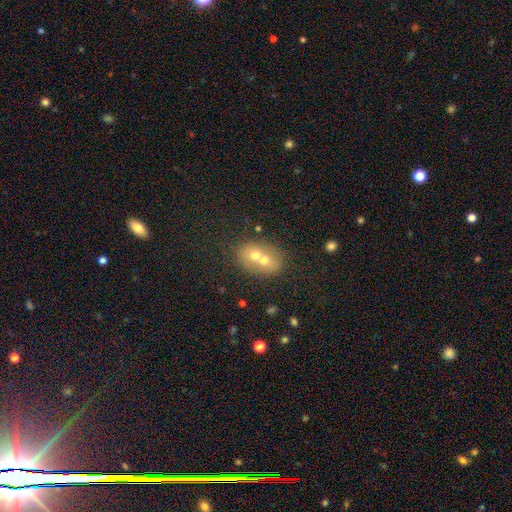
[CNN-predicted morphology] Smooth or featured: smooth — 60% (featured or disk — 29%)
How rounded: in between — 50% (round — 49%)
Merging: merger — 69% (none — 22%)